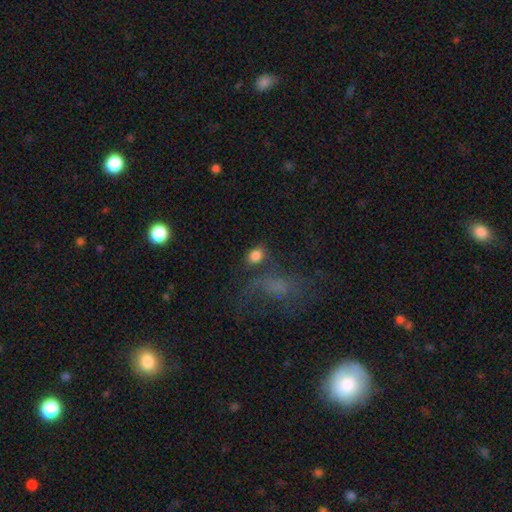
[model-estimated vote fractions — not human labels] Smooth or featured: smooth — 80% (star or artifact — 12%)
How rounded: in between — 64% (round — 34%)
Merging: none — 63% (minor disturbance — 15%)